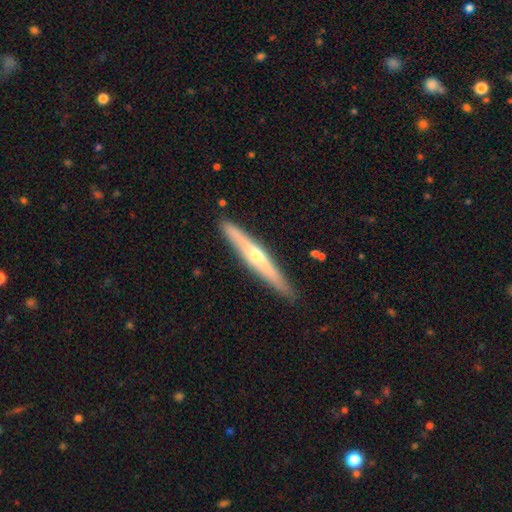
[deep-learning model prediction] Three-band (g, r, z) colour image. It shows a featured or disk galaxy (65%) viewed edge-on (95%) with a rounded central bulge (82%). Merging: none (90%).